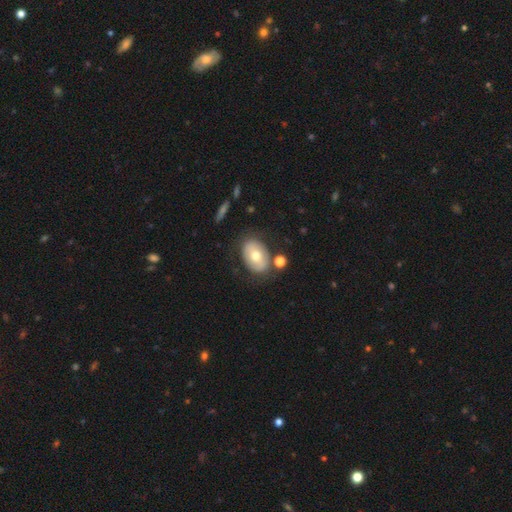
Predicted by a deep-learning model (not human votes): This appears to be a smooth galaxy with no disk features (58%) that is in between round and cigar-shaped (80%). Merging: none (72%).